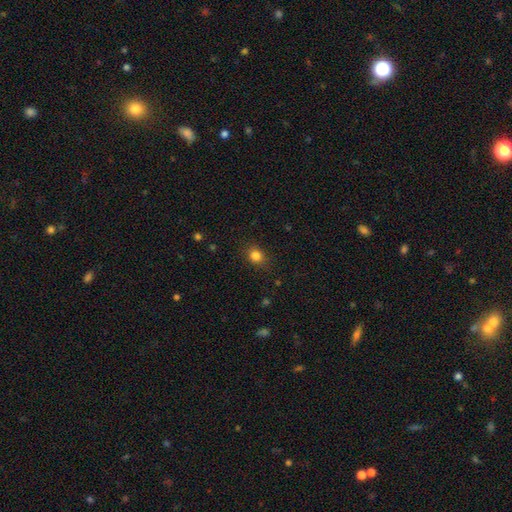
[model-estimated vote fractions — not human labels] A smooth galaxy with no disk features (83%) that is round (67%).

Vote fractions:
- Smooth or featured? smooth: 83% / star or artifact: 12% / featured or disk: 5%
- How rounded? round: 67% / in between: 32% / cigar-shaped: 1%
- Merging? none: 85% / minor disturbance: 11% / major disturbance: 3% / merger: 1%